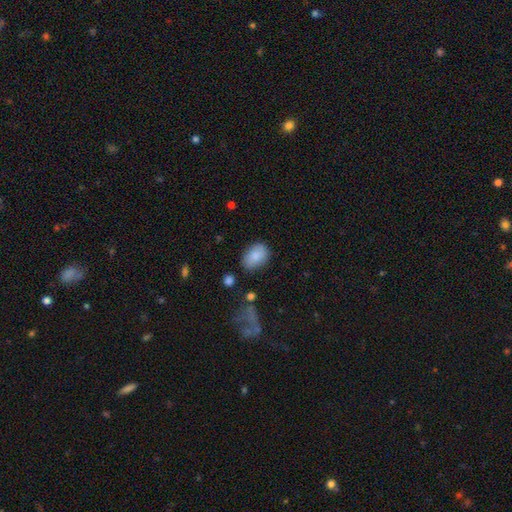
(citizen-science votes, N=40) Morphology: type=smooth (80%); roundness=in between (88%); merging=none (76%).